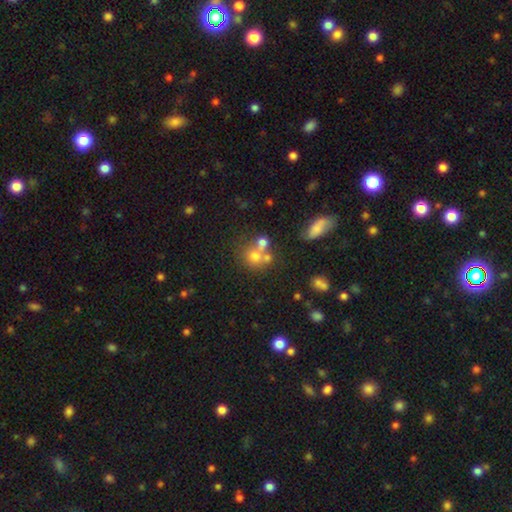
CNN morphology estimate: Smooth or featured? Predicted: smooth (p=0.62). How rounded? Predicted: round (p=0.79). Merging? Predicted: merger (p=0.44).